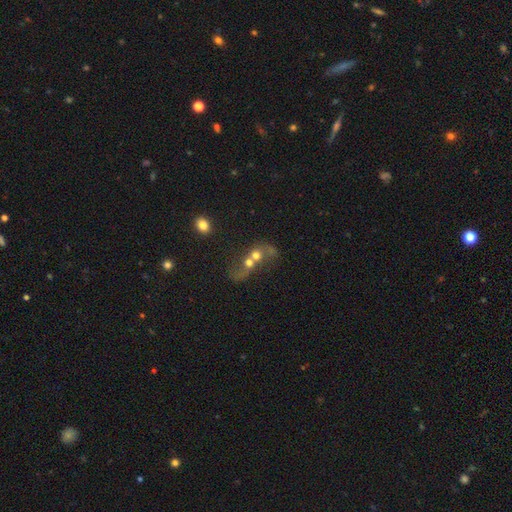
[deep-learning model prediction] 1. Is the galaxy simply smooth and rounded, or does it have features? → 47% smooth, 38% featured or disk, 14% star or artifact.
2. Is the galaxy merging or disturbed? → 74% merger, 12% none, 9% major disturbance, 5% minor disturbance.